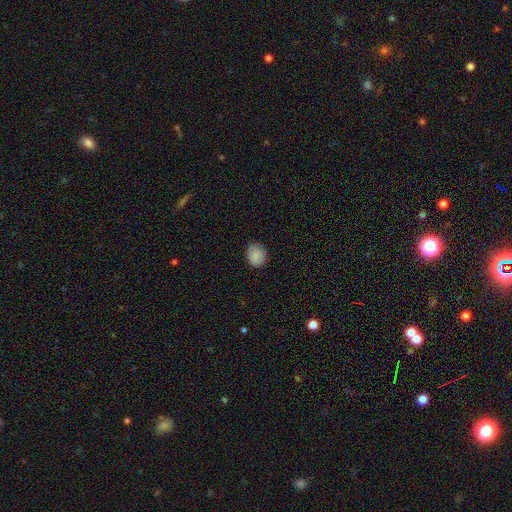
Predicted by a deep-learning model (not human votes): This appears to be a smooth galaxy with no disk features (86%) that is round (62%). Merging: none (83%).